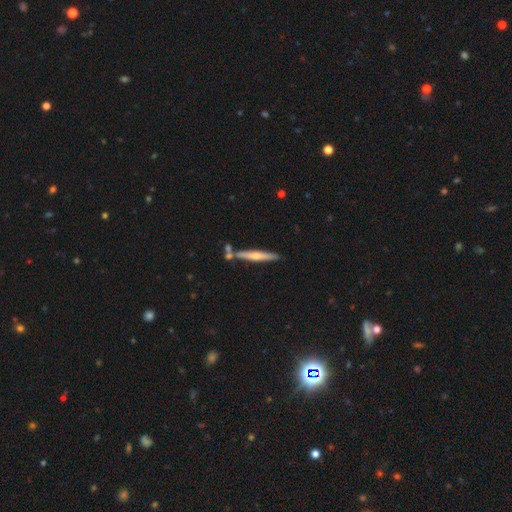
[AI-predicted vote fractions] featured or disk 50%, smooth 44%, star or artifact 6%. Down the decision tree: edge-on disk — yes (95%); merging — none (76%).